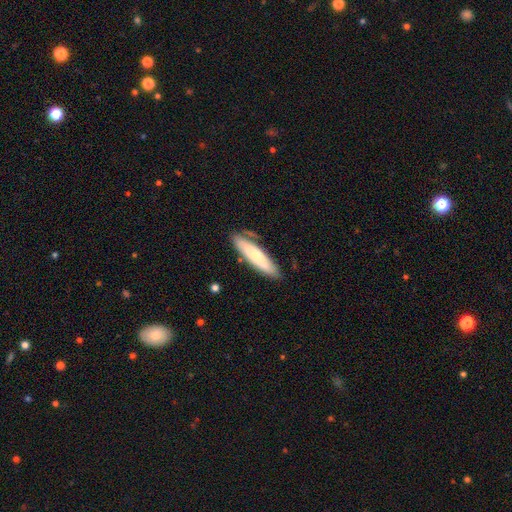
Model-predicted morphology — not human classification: Smooth or featured: smooth — 65% (featured or disk — 29%)
How rounded: cigar-shaped — 71% (in between — 28%)
Merging: none — 77% (minor disturbance — 16%)